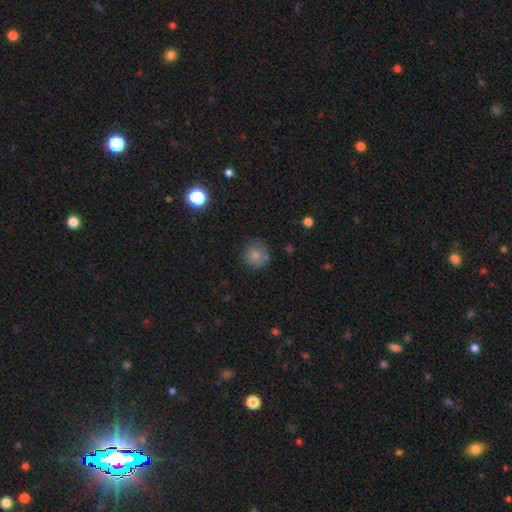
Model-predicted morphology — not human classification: Q: Smooth or featured?
A: smooth (78%); runner-up: star or artifact (11%)
Q: How rounded?
A: round (88%); runner-up: in between (11%)
Q: Merging?
A: none (69%); runner-up: minor disturbance (19%)